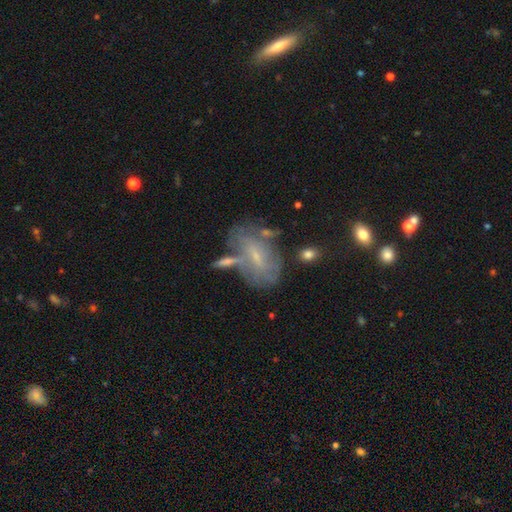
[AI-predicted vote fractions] This is possibly a featured or disk galaxy (59%). It is clearly not viewed edge-on (92%). Bar: possibly no (47%). Spiral arm pattern: possibly yes (59%). Central bulge: likely small (71%). Merging: possibly none (48%).